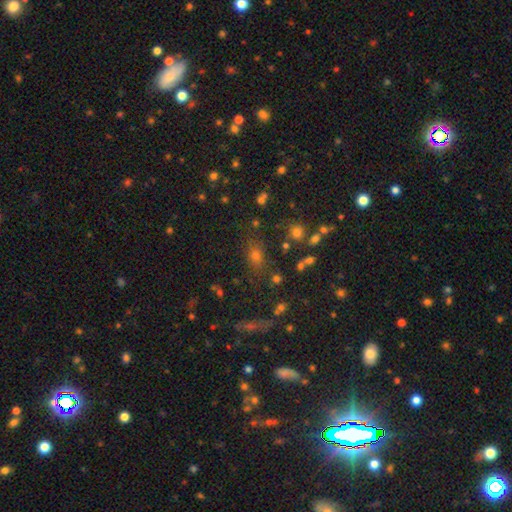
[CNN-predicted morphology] Smooth or featured? smooth (55%)
How rounded? in between (54%)
Merging? none (76%)